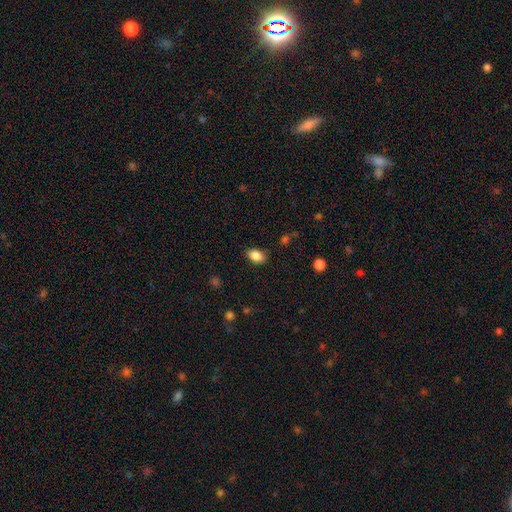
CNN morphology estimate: A smooth galaxy with no disk features (86%) that is in between round and cigar-shaped (86%).

Vote fractions:
- Smooth or featured? smooth: 86% / star or artifact: 9% / featured or disk: 5%
- How rounded? in between: 86% / round: 12% / cigar-shaped: 1%
- Merging? none: 83% / minor disturbance: 13% / major disturbance: 3% / merger: 1%